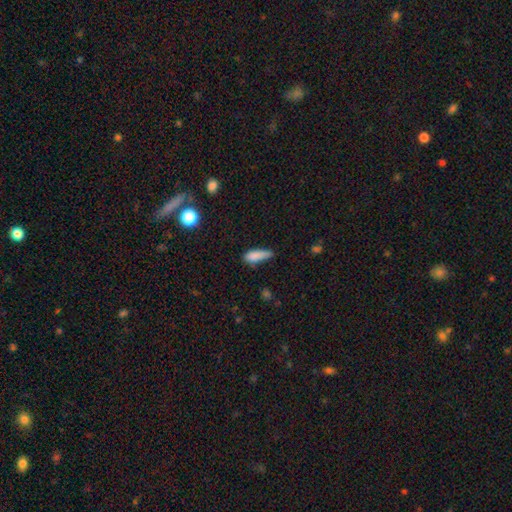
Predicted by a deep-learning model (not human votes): Smooth or featured: smooth — 84% (star or artifact — 8%)
How rounded: in between — 53% (cigar-shaped — 44%)
Merging: none — 46% (minor disturbance — 39%)